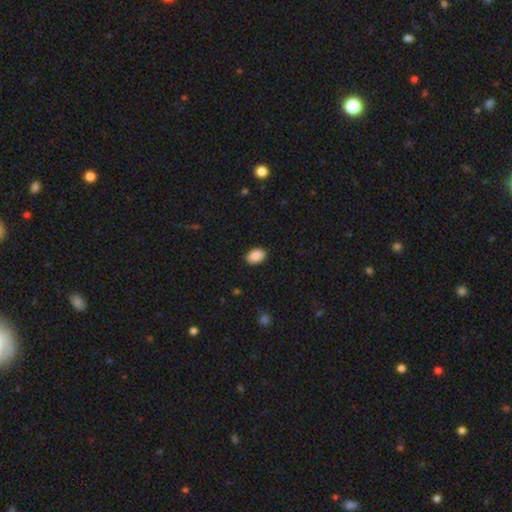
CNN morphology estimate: Smooth or featured: smooth — 90% (star or artifact — 7%)
How rounded: in between — 89% (round — 10%)
Merging: none — 89% (minor disturbance — 8%)